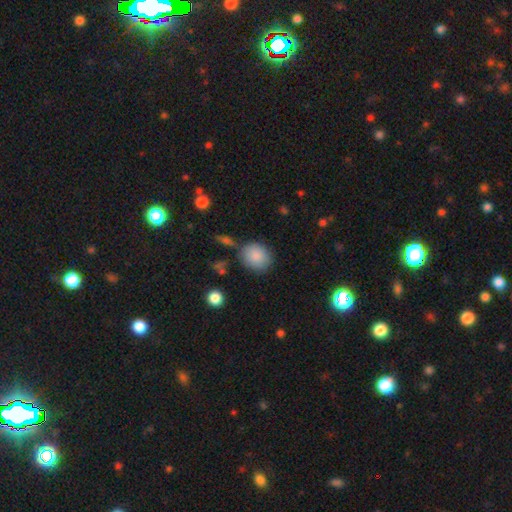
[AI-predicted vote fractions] smooth-or-featured: smooth: 88% | star or artifact: 7% | featured or disk: 5%
  how-rounded: round: 70% | in between: 29% | cigar-shaped: 1%
  merging: none: 75% | minor disturbance: 14% | merger: 6% | major disturbance: 4%